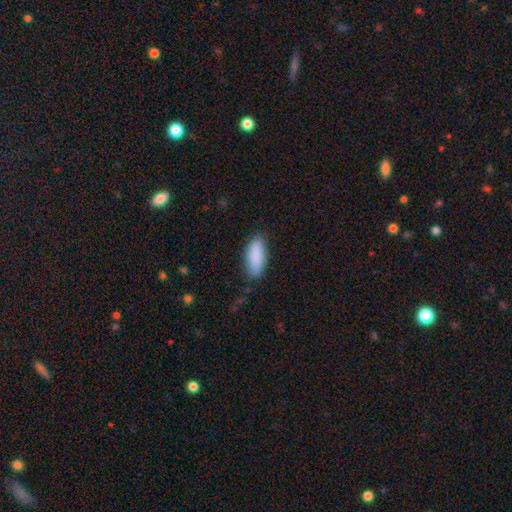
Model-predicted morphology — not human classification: smooth 89%, star or artifact 6%, featured or disk 5%. Down the decision tree: how rounded — in between (72%); merging — none (83%).